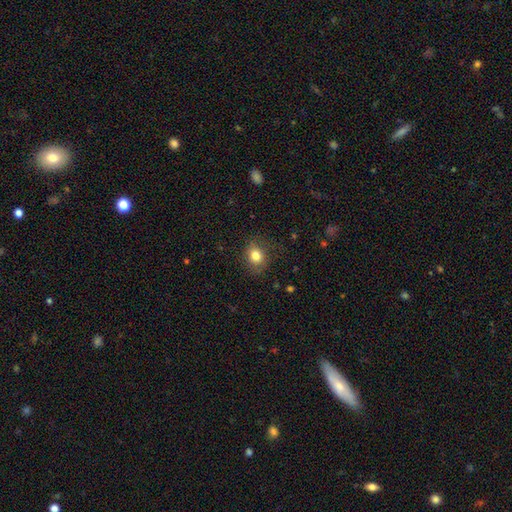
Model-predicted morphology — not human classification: Q: Smooth or featured?
A: smooth (82%); runner-up: star or artifact (10%)
Q: How rounded?
A: round (54%); runner-up: in between (45%)
Q: Merging?
A: none (78%); runner-up: minor disturbance (15%)